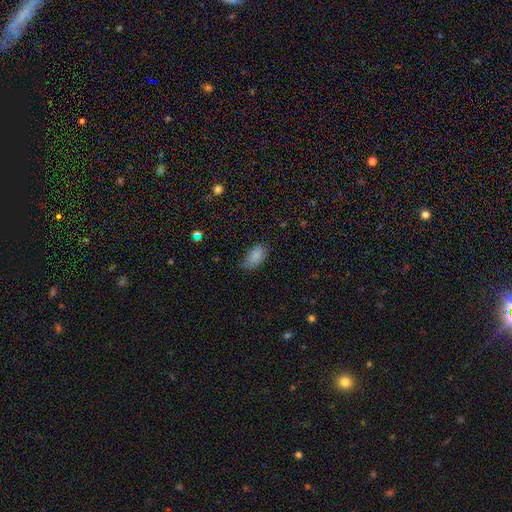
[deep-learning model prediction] Smooth or featured?
  - smooth: 85% *
  - star or artifact: 8%
  - featured or disk: 7%
How rounded?
  - in between: 93% *
  - round: 4%
  - cigar-shaped: 2%
Merging?
  - none: 61% *
  - minor disturbance: 31%
  - major disturbance: 7%
  - merger: 1%